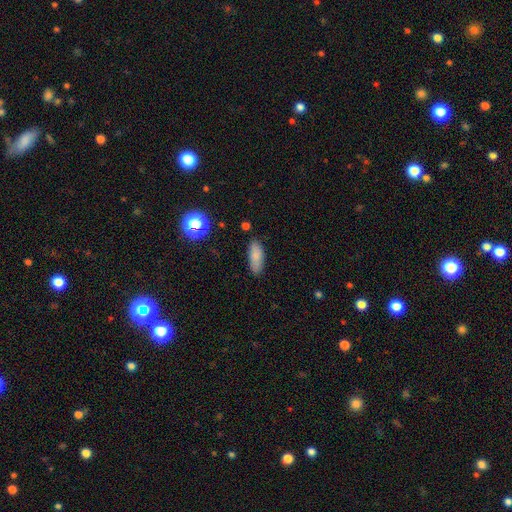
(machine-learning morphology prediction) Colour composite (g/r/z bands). It shows a smooth galaxy with no disk features (83%) that is in between round and cigar-shaped (71%). Merging: none (83%).